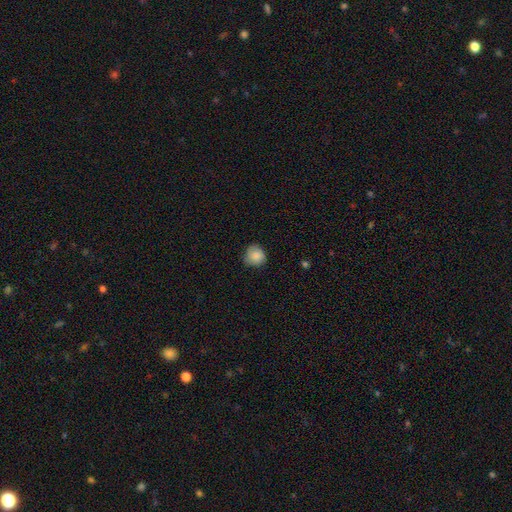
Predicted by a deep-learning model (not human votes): Smooth or featured? smooth (85%)
How rounded? round (86%)
Merging? none (70%)